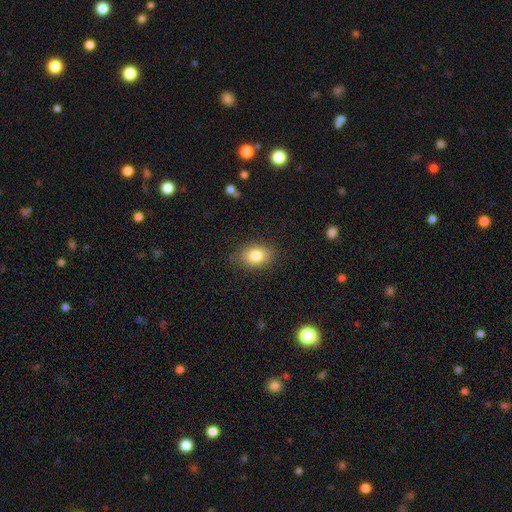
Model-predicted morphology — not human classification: type=smooth (82%); roundness=in between (76%); merging=none (84%).